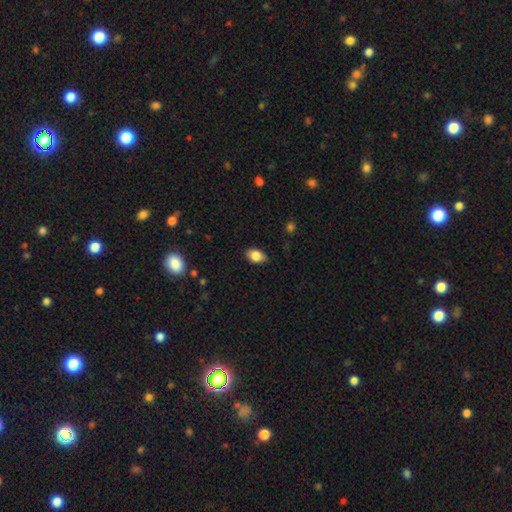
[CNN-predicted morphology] Smooth or featured? smooth (85%)
How rounded? in between (86%)
Merging? none (85%)